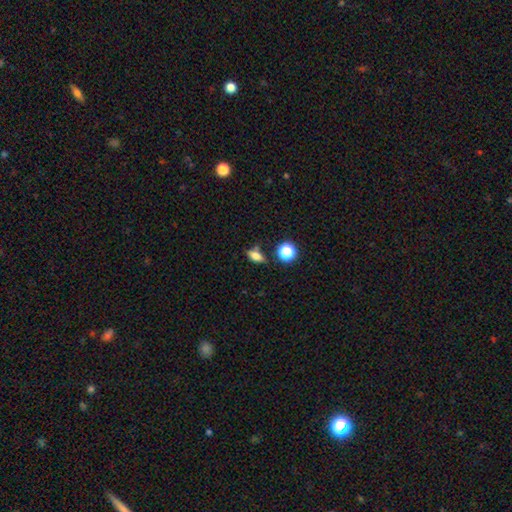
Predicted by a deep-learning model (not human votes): Morphology: type=smooth (73%); roundness=in between (71%); merging=none (67%).